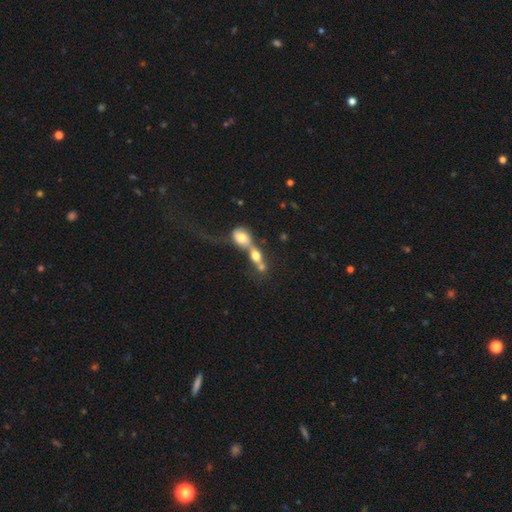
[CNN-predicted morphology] Smooth or featured?
  - smooth: 62% *
  - featured or disk: 27%
  - star or artifact: 12%
How rounded?
  - in between: 51% *
  - round: 40%
  - cigar-shaped: 9%
Merging?
  - merger: 76% *
  - none: 11%
  - major disturbance: 8%
  - minor disturbance: 5%